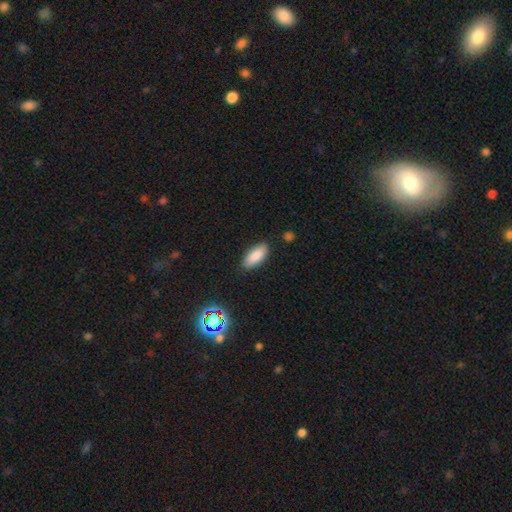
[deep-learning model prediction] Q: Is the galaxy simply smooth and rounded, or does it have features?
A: smooth — 86%.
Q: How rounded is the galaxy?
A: in between — 85%.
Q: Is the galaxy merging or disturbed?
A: none — 86%.